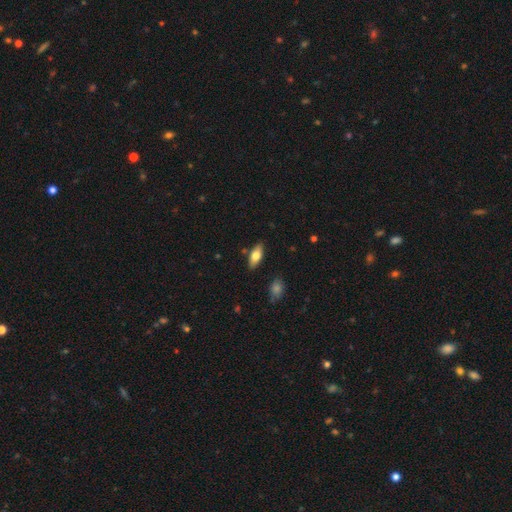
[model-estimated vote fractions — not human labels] A smooth galaxy with no disk features (70%) that is in between round and cigar-shaped (81%).

Vote fractions:
- Smooth or featured? smooth: 70% / featured or disk: 24% / star or artifact: 6%
- How rounded? in between: 81% / cigar-shaped: 16% / round: 3%
- Merging? none: 84% / minor disturbance: 11% / merger: 3% / major disturbance: 2%